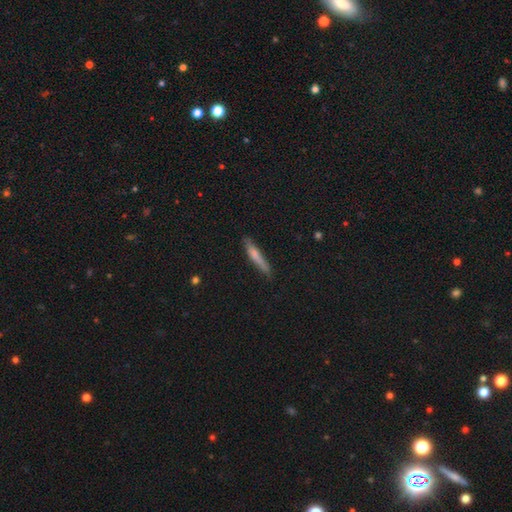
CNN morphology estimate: Smooth or featured: smooth — 68% (featured or disk — 25%)
How rounded: cigar-shaped — 92% (in between — 6%)
Merging: none — 77% (minor disturbance — 18%)